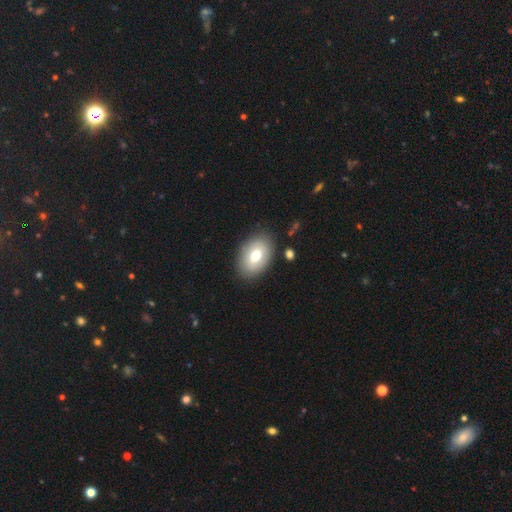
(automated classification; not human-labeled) Smooth or featured?
  - smooth: 68% *
  - featured or disk: 24%
  - star or artifact: 7%
How rounded?
  - in between: 87% *
  - round: 12%
  - cigar-shaped: 1%
Merging?
  - none: 85% *
  - minor disturbance: 10%
  - major disturbance: 3%
  - merger: 2%